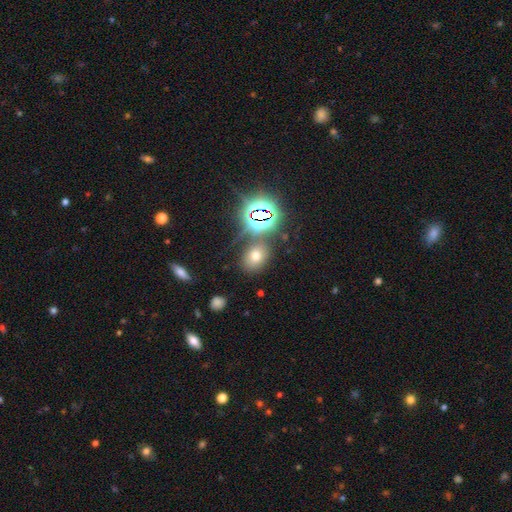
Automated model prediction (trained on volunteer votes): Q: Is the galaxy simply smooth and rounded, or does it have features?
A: smooth — 58%.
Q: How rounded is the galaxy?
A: in between — 62%.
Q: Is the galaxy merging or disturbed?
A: none — 75%.